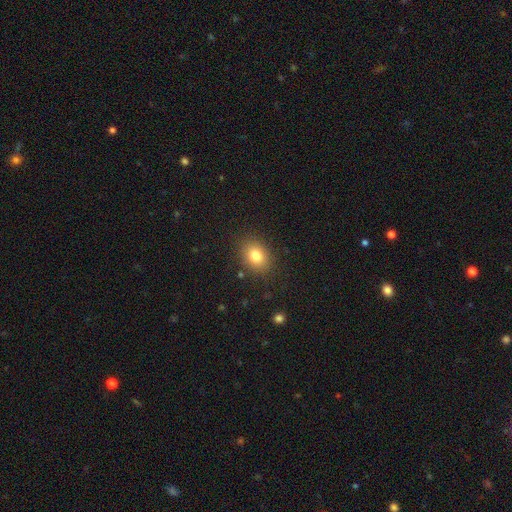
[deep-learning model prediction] smooth_or_featured: smooth (p=0.80) [alt: star or artifact p=0.11]
how_rounded: in between (p=0.53) [alt: round p=0.46]
merging: none (p=0.86) [alt: minor disturbance p=0.09]